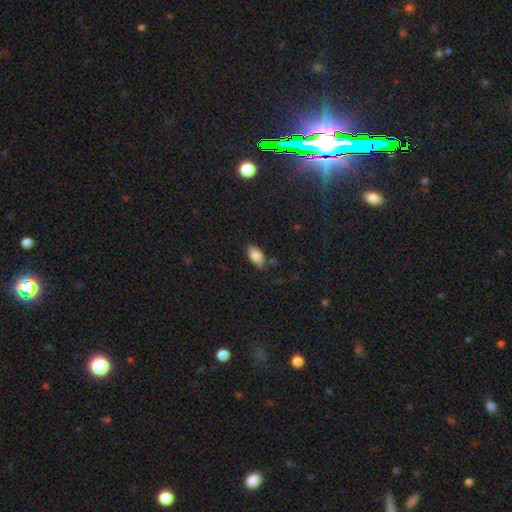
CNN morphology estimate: Smooth or featured: smooth — 84% (featured or disk — 8%)
How rounded: in between — 91% (cigar-shaped — 6%)
Merging: none — 80% (minor disturbance — 15%)